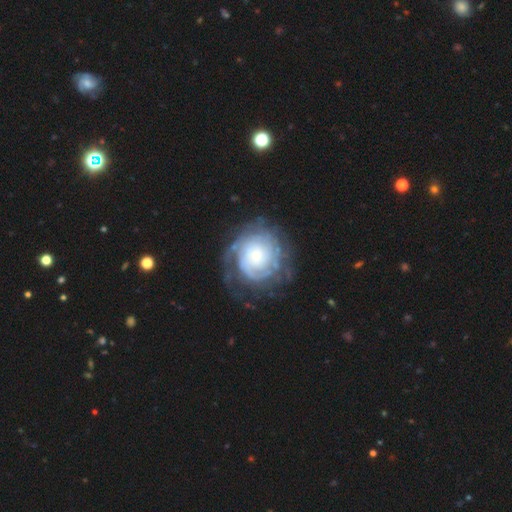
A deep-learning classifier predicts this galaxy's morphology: smooth-or-featured: featured or disk: 81% | smooth: 13% | star or artifact: 6%
  disk-edge-on: no: 98% | yes: 2%
    bar: no: 81% | weak: 15% | strong: 4%
    has-spiral-arms: yes: 93% | no: 7%
      spiral-winding: tight: 76% | medium: 18% | loose: 6%
      spiral-arm-count: can't tell: 44% | 2: 17% | 3: 13% | 4: 11% | more than 4: 8% | 1: 7%
    bulge-size: small: 71% | moderate: 20% | large: 5% | none: 2% | dominant: 2%
  merging: none: 68% | minor disturbance: 17% | major disturbance: 13% | merger: 2%